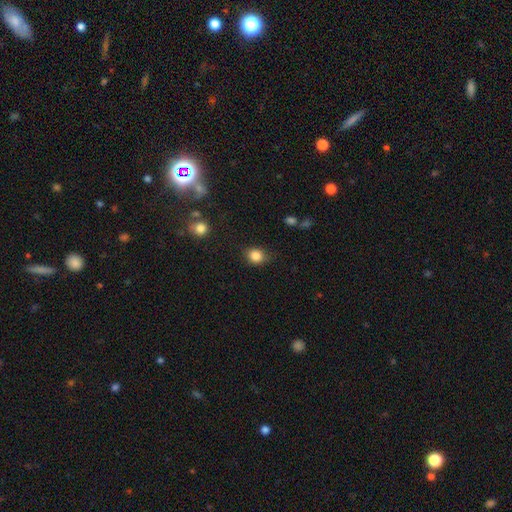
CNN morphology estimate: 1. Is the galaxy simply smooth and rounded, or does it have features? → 85% smooth, 10% star or artifact, 5% featured or disk.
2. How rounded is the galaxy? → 70% round, 29% in between, 1% cigar-shaped.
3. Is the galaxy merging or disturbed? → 78% none, 17% minor disturbance, 4% major disturbance, 2% merger.